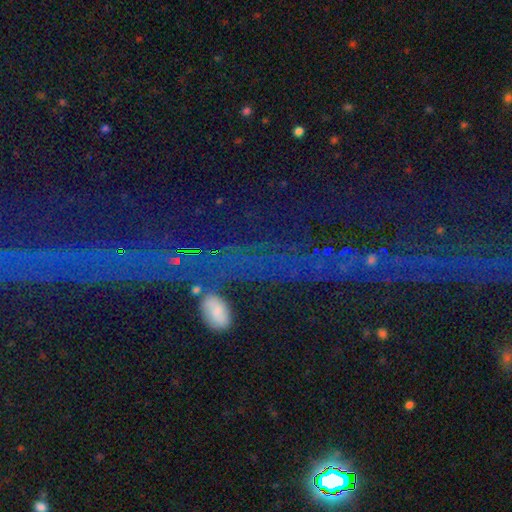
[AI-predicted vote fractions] Smooth or featured: star or artifact — 78% (featured or disk — 12%)